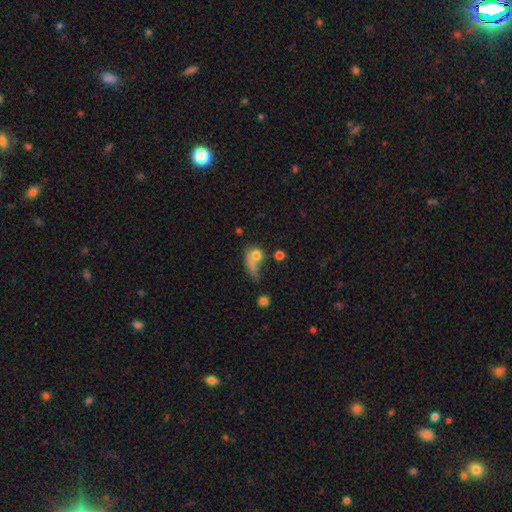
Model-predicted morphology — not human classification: This is likely a smooth galaxy (72%). How rounded: possibly round (58%). Merging: marginally major disturbance (28%, tied with none and merger).